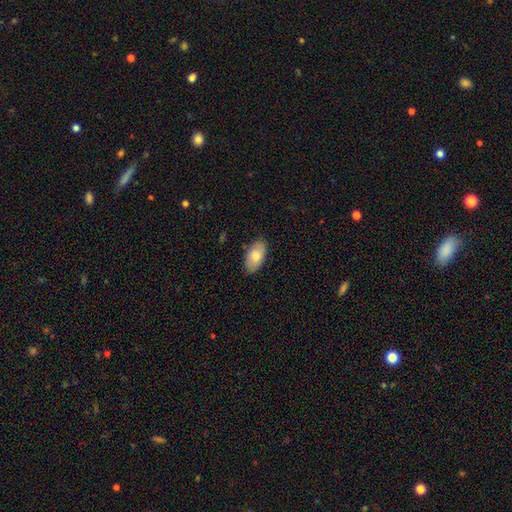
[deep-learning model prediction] smooth_or_featured: smooth (p=0.78) [alt: featured or disk p=0.16]
how_rounded: in between (p=0.94) [alt: round p=0.03]
merging: none (p=0.84) [alt: minor disturbance p=0.12]